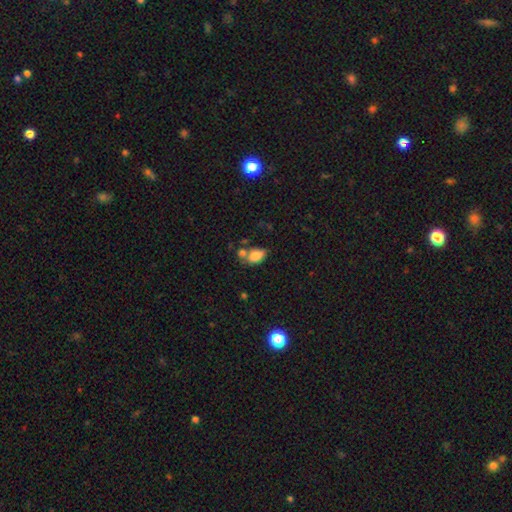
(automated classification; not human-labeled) A smooth galaxy with no disk features (81%) that is in between round and cigar-shaped (86%).

Vote fractions:
- Smooth or featured? smooth: 81% / featured or disk: 9% / star or artifact: 9%
- How rounded? in between: 86% / round: 12% / cigar-shaped: 2%
- Merging? none: 43% / merger: 31% / minor disturbance: 19% / major disturbance: 7%